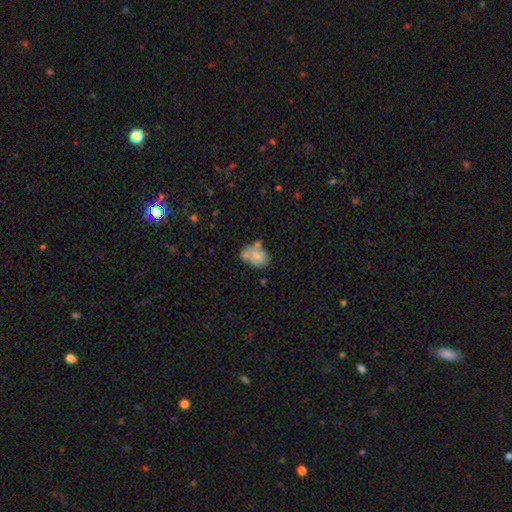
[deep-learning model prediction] Smooth or featured: smooth — 70% (featured or disk — 22%)
How rounded: in between — 77% (round — 21%)
Merging: none — 36% (merger — 28%)